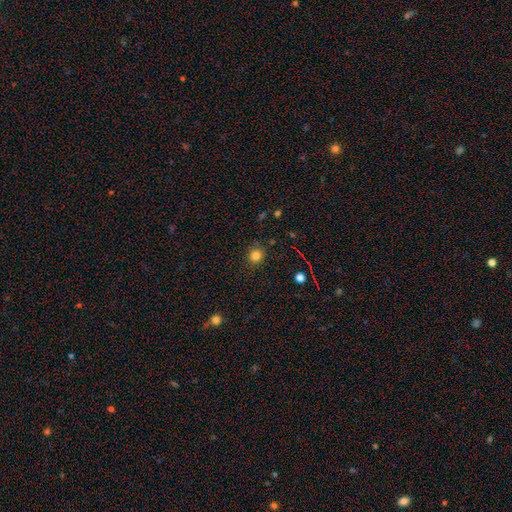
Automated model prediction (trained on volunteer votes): This appears to be a smooth galaxy with no disk features (81%) that is round (86%). Merging: none (87%).